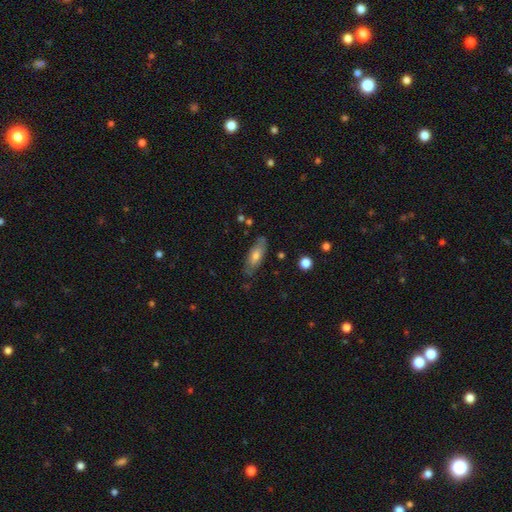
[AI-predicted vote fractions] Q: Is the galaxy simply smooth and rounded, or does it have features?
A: smooth — 56%.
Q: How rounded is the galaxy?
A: in between — 73%.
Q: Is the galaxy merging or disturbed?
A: none — 75%.